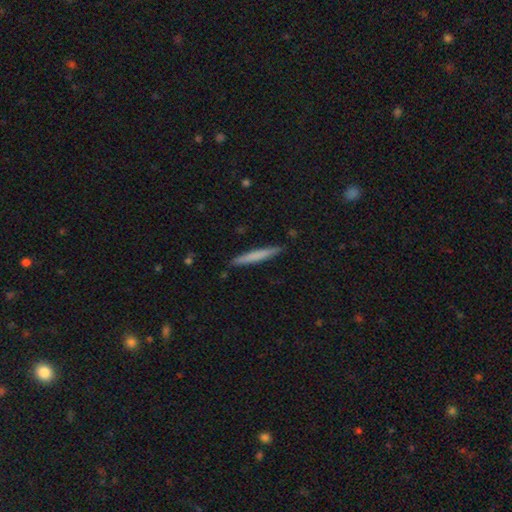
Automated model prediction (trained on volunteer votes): Q: Smooth or featured?
A: smooth (70%); runner-up: featured or disk (25%)
Q: How rounded?
A: cigar-shaped (96%); runner-up: in between (3%)
Q: Merging?
A: none (90%); runner-up: minor disturbance (7%)